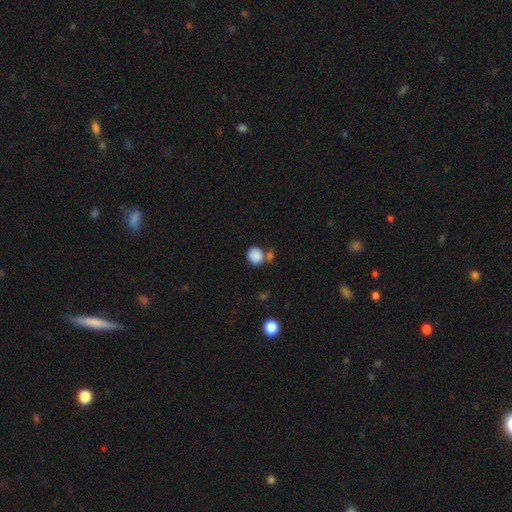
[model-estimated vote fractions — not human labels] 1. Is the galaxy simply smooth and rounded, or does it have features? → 87% smooth, 9% star or artifact, 4% featured or disk.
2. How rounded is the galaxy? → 83% round, 16% in between, 1% cigar-shaped.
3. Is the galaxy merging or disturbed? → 62% none, 21% merger, 12% minor disturbance, 5% major disturbance.